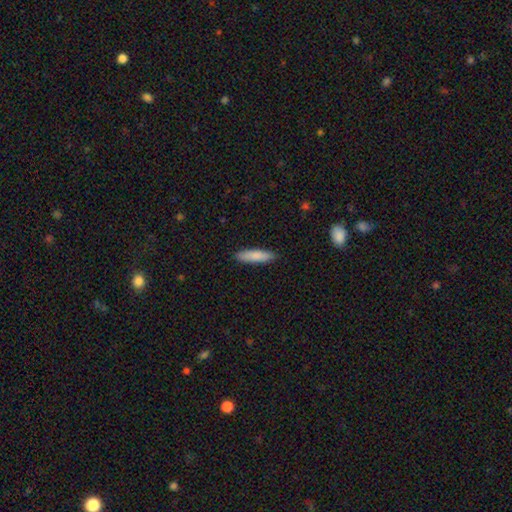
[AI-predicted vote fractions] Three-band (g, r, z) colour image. It shows a smooth galaxy with no disk features (84%) that is cigar-shaped (69%). Merging: none (88%).